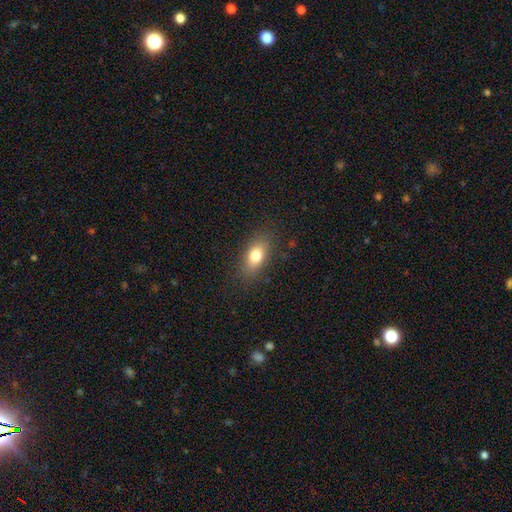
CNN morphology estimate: A smooth galaxy with no disk features (77%) that is in between round and cigar-shaped (80%). Merging: none (83%).